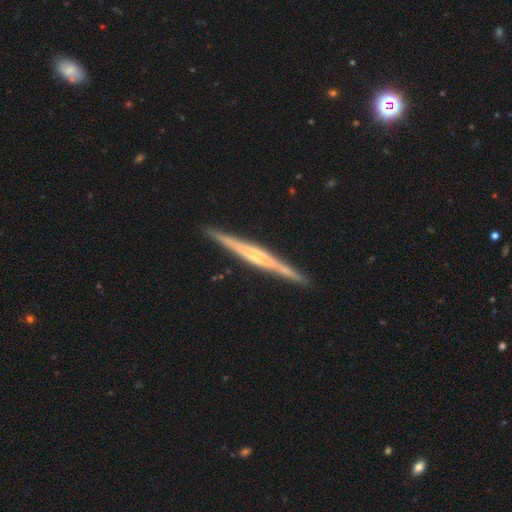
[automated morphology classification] The model was most divided on "edge-on bulge": rounded: 41%, boxy: 37%, none: 22%. More confident: edge-on disk — yes (98%); merging — none (90%); smooth or featured — featured or disk (81%).